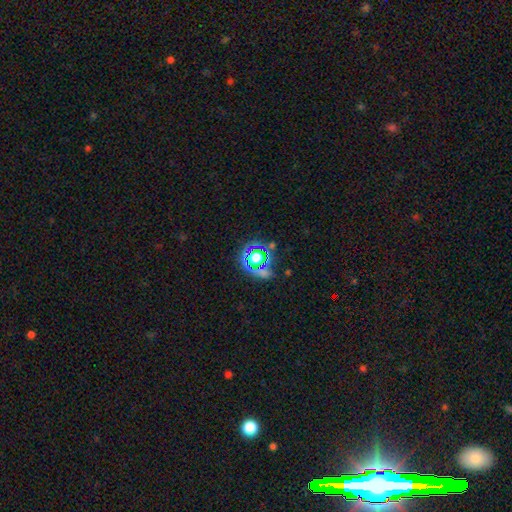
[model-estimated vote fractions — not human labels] Morphology: type=star or artifact (48%).